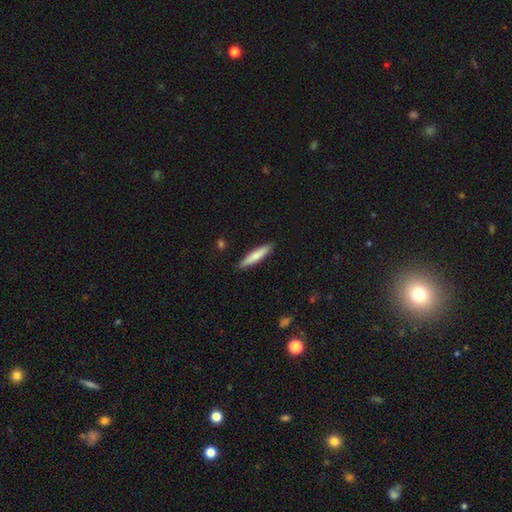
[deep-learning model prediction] Smooth or featured: smooth — 71% (featured or disk — 24%)
How rounded: cigar-shaped — 89% (in between — 10%)
Merging: none — 90% (minor disturbance — 7%)